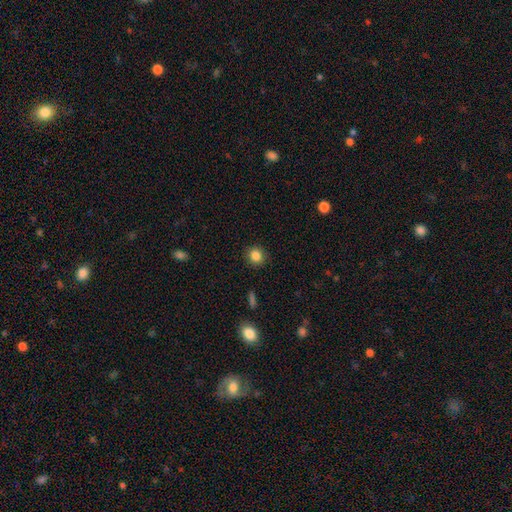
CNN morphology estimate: smooth_or_featured: smooth (p=0.85) [alt: star or artifact p=0.11]
how_rounded: round (p=0.84) [alt: in between p=0.15]
merging: none (p=0.89) [alt: minor disturbance p=0.08]